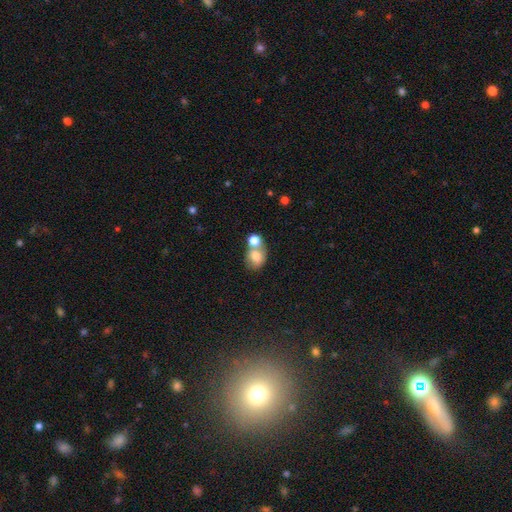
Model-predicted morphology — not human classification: Smooth or featured? smooth (78%)
How rounded? round (50%)
Merging? merger (49%)